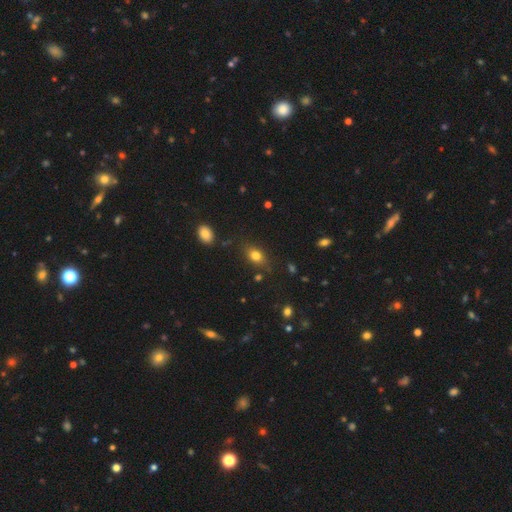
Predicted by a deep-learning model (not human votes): Smooth or featured? Predicted: smooth (p=0.78). How rounded? Predicted: in between (p=0.73). Merging? Predicted: none (p=0.77).